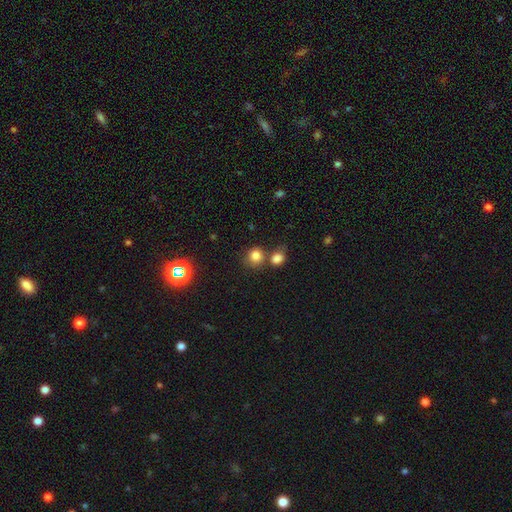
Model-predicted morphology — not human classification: Q: Smooth or featured?
A: smooth (80%); runner-up: star or artifact (13%)
Q: How rounded?
A: round (83%); runner-up: in between (16%)
Q: Merging?
A: none (61%); runner-up: merger (25%)